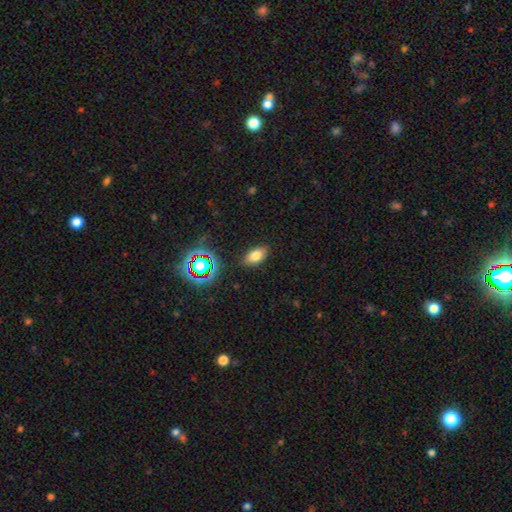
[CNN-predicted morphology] This appears to be a smooth galaxy with no disk features (75%) that is in between round and cigar-shaped (89%). Merging: none (86%).